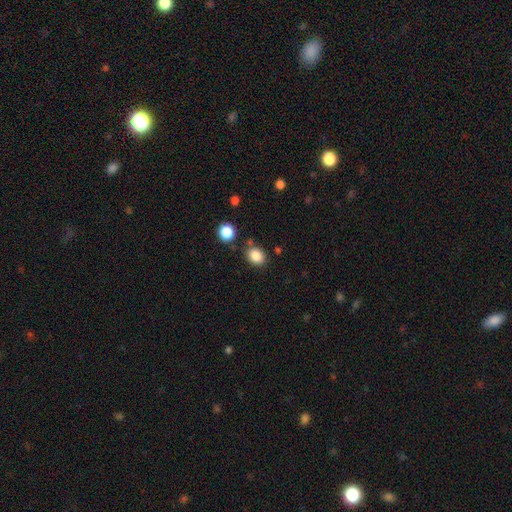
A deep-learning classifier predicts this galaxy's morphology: Smooth or featured: smooth — 86% (star or artifact — 10%)
How rounded: round — 50% (in between — 49%)
Merging: none — 78% (minor disturbance — 12%)